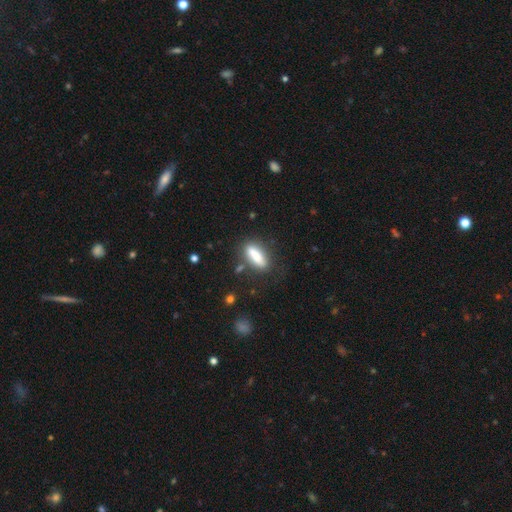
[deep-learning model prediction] A smooth galaxy with no disk features (77%) that is in between round and cigar-shaped (54%).

Vote fractions:
- Smooth or featured? smooth: 77% / featured or disk: 16% / star or artifact: 7%
- How rounded? in between: 54% / cigar-shaped: 44% / round: 3%
- Merging? none: 73% / minor disturbance: 16% / major disturbance: 5% / merger: 5%